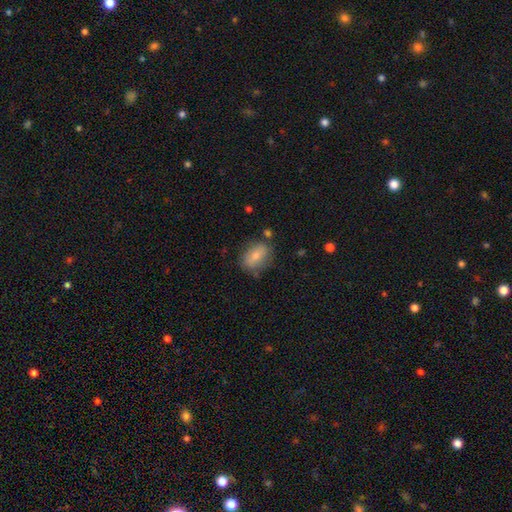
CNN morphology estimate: smooth 71%, featured or disk 21%, star or artifact 8%. Down the decision tree: how rounded — in between (79%); merging — none (73%).